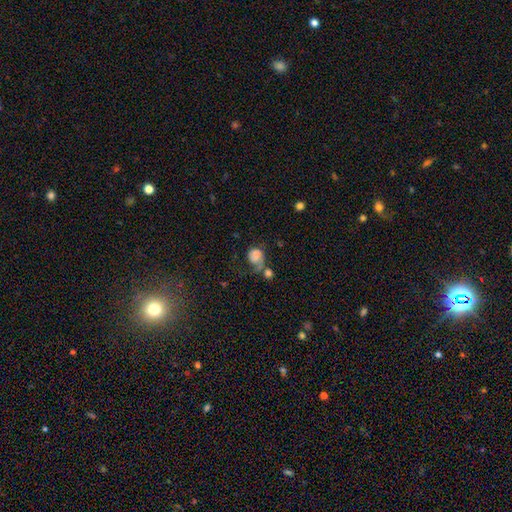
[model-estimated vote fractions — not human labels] smooth 62%, featured or disk 28%, star or artifact 10%. Down the decision tree: how rounded — round (60%); merging — major disturbance (33%).